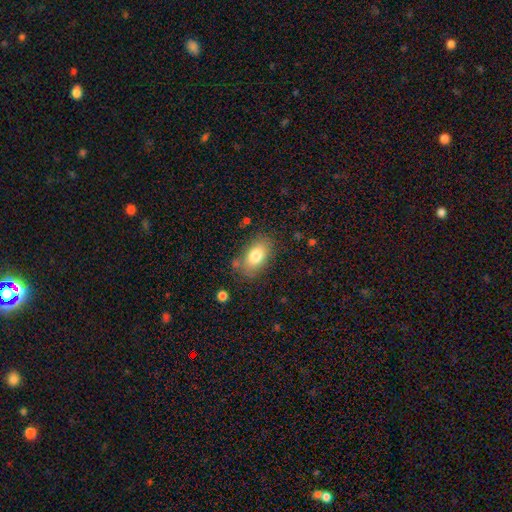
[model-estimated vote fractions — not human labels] The model was most divided on "merging": none: 77%, minor disturbance: 15%, major disturbance: 5%, merger: 4%. More confident: how rounded — in between (90%); smooth or featured — smooth (79%).